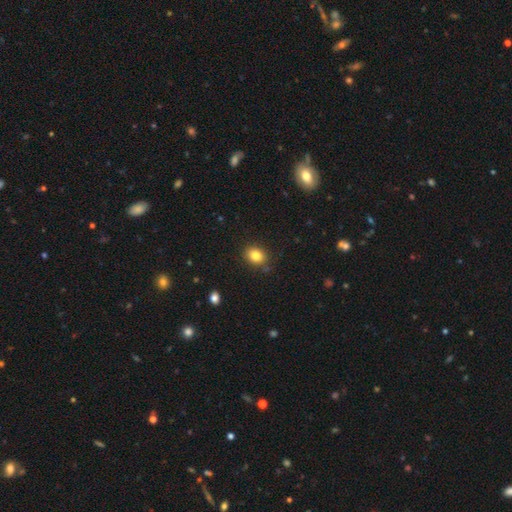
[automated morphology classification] This appears to be a smooth galaxy with no disk features (83%) that is in between round and cigar-shaped (55%). Merging: none (85%).